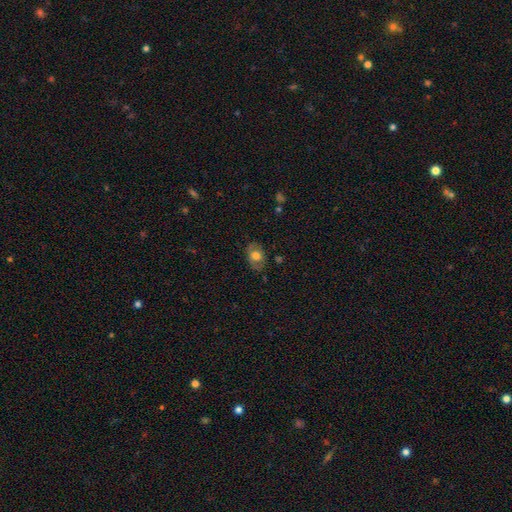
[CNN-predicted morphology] Overall: smooth (65%; featured or disk 27%). How rounded: in between (78%). Merging: none (79%).